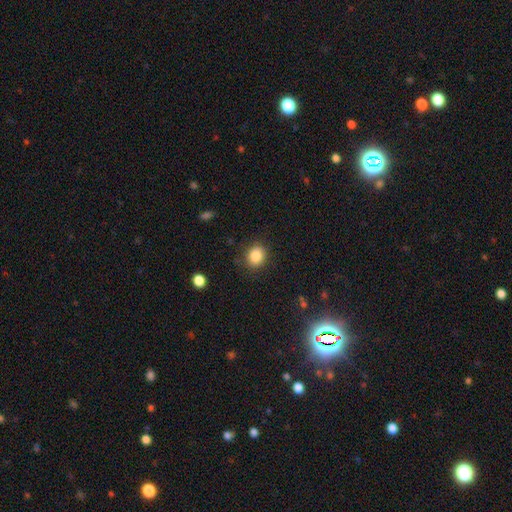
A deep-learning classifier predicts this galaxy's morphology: smooth-or-featured: smooth: 87% | star or artifact: 9% | featured or disk: 4%
  how-rounded: round: 64% | in between: 35% | cigar-shaped: 1%
  merging: none: 85% | minor disturbance: 10% | major disturbance: 3% | merger: 1%